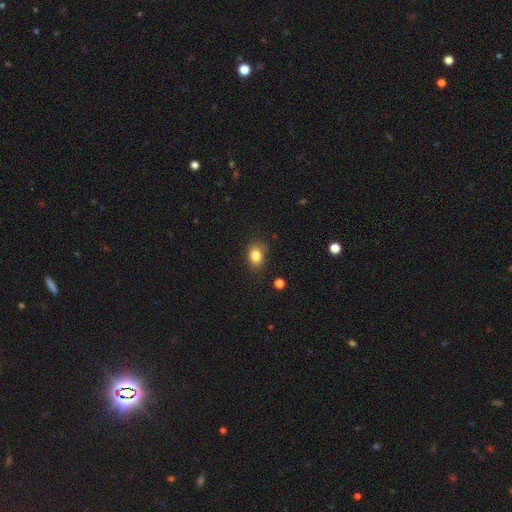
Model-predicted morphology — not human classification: Overall: smooth (82%). How rounded: in between (62%; round 37%). Merging: none (68%).